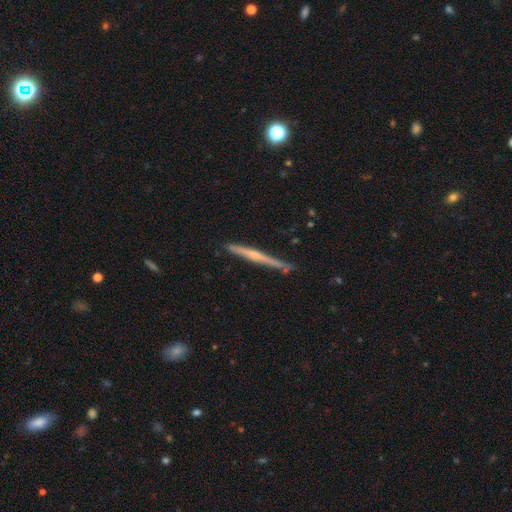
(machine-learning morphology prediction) Smooth or featured? featured or disk (72%)
Edge-on disk? yes (98%)
Edge-on bulge? rounded (62%)
Merging? none (87%)